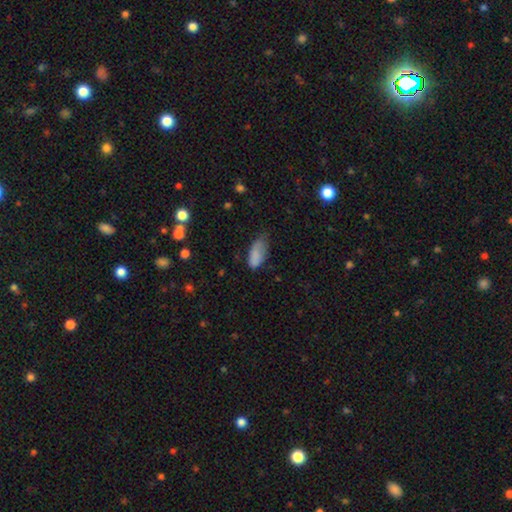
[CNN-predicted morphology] type=smooth (83%); roundness=in between (90%); merging=minor disturbance (45%).